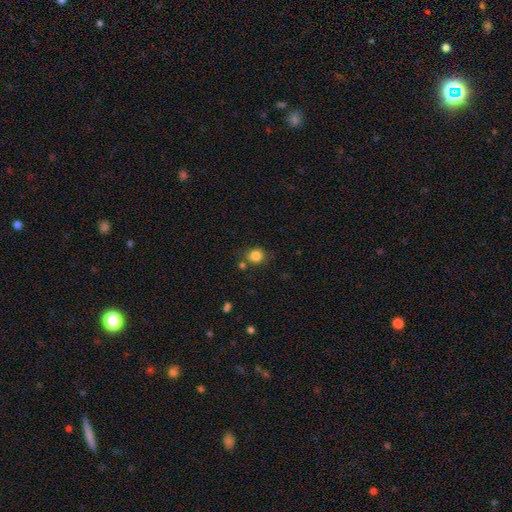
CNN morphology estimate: smooth_or_featured: smooth (p=0.83) [alt: star or artifact p=0.11]
how_rounded: round (p=0.77) [alt: in between p=0.23]
merging: none (p=0.74) [alt: minor disturbance p=0.13]